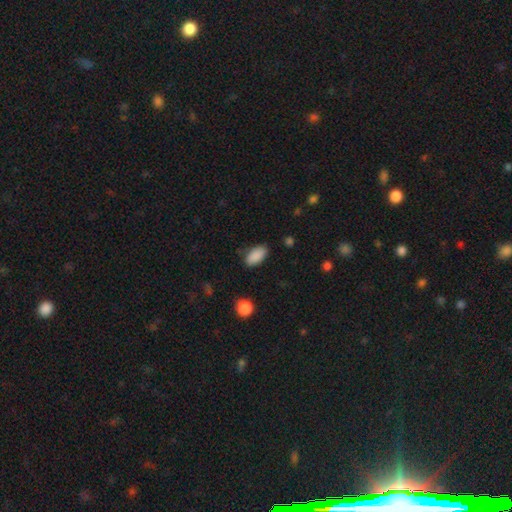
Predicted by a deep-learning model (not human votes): Q: Smooth or featured?
A: smooth (89%); runner-up: star or artifact (7%)
Q: How rounded?
A: in between (93%); runner-up: cigar-shaped (4%)
Q: Merging?
A: none (84%); runner-up: minor disturbance (12%)